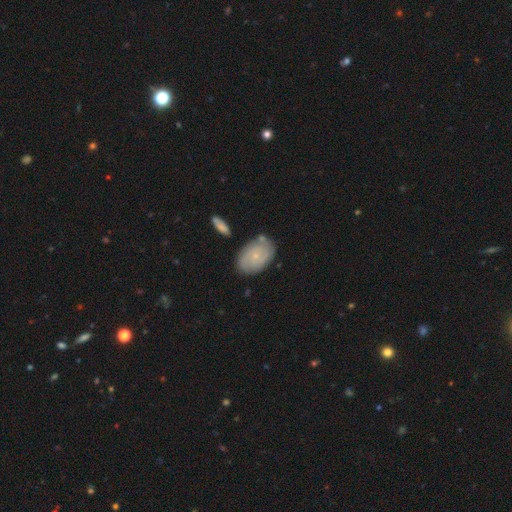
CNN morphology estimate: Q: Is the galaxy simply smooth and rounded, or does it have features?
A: featured or disk — 48%.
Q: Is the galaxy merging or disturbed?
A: none — 73%.